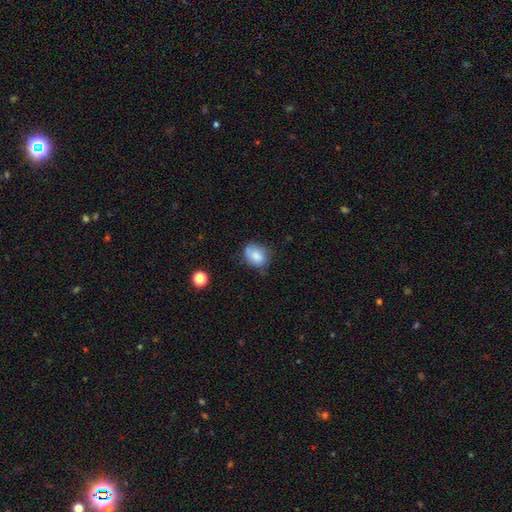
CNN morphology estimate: Q: Smooth or featured?
A: smooth (79%); runner-up: featured or disk (12%)
Q: How rounded?
A: in between (60%); runner-up: round (39%)
Q: Merging?
A: none (56%); runner-up: minor disturbance (32%)